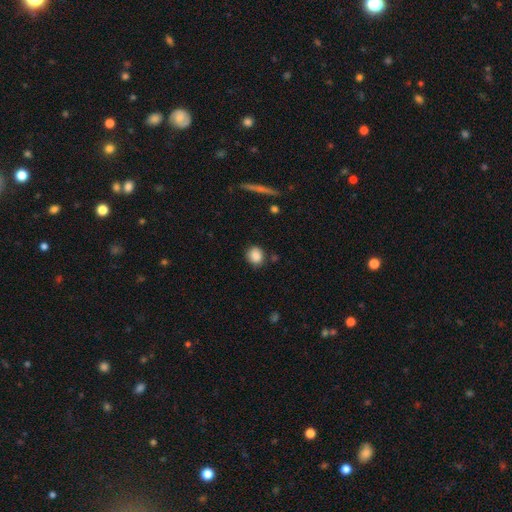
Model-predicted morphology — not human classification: Smooth or featured?
  - smooth: 86% *
  - star or artifact: 9%
  - featured or disk: 5%
How rounded?
  - round: 78% *
  - in between: 21%
  - cigar-shaped: 1%
Merging?
  - none: 81% *
  - minor disturbance: 14%
  - major disturbance: 3%
  - merger: 3%